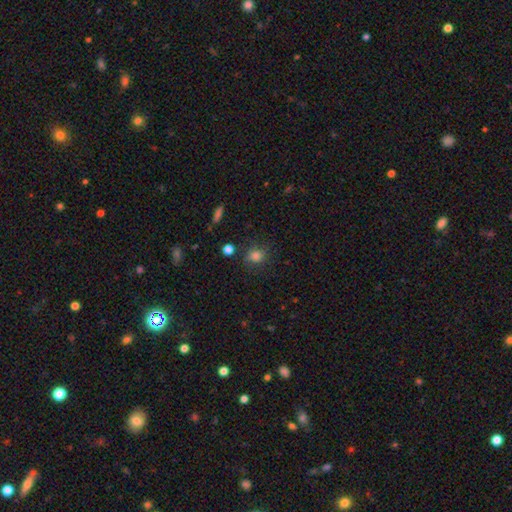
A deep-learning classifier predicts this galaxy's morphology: A smooth galaxy with no disk features (80%) that is round (69%).

Vote fractions:
- Smooth or featured? smooth: 80% / star or artifact: 14% / featured or disk: 7%
- How rounded? round: 69% / in between: 29% / cigar-shaped: 1%
- Merging? none: 77% / minor disturbance: 16% / major disturbance: 5% / merger: 3%